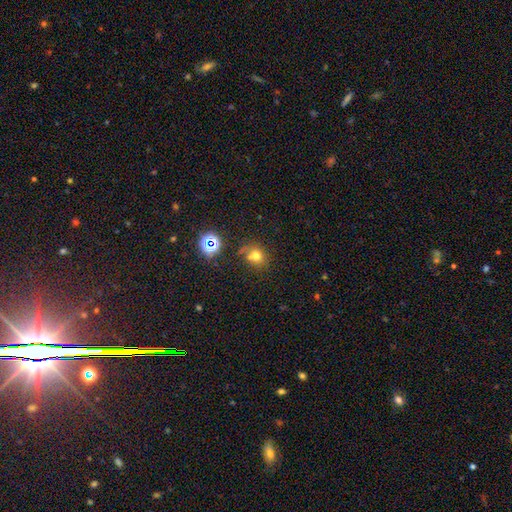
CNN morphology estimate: Smooth or featured: smooth — 66% (star or artifact — 23%)
How rounded: round — 75% (in between — 24%)
Merging: none — 62% (merger — 18%)